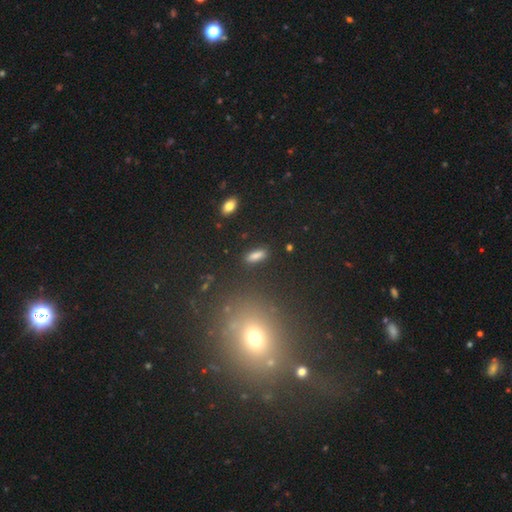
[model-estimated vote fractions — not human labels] smooth-or-featured: smooth: 75% | star or artifact: 16% | featured or disk: 9%
  how-rounded: in between: 62% | cigar-shaped: 31% | round: 7%
  merging: none: 83% | minor disturbance: 9% | merger: 4% | major disturbance: 3%